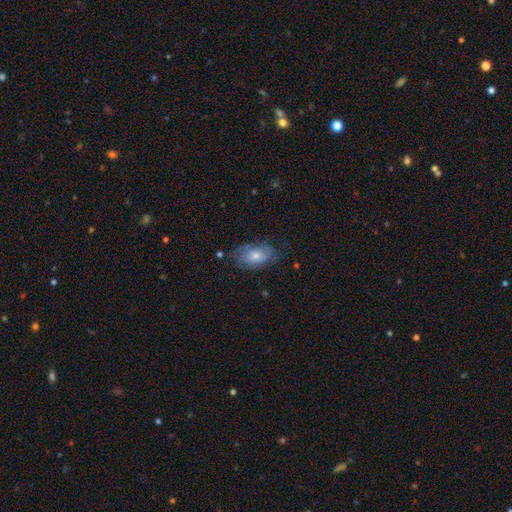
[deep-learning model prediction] Smooth or featured? smooth (57%)
How rounded? in between (90%)
Merging? none (64%)